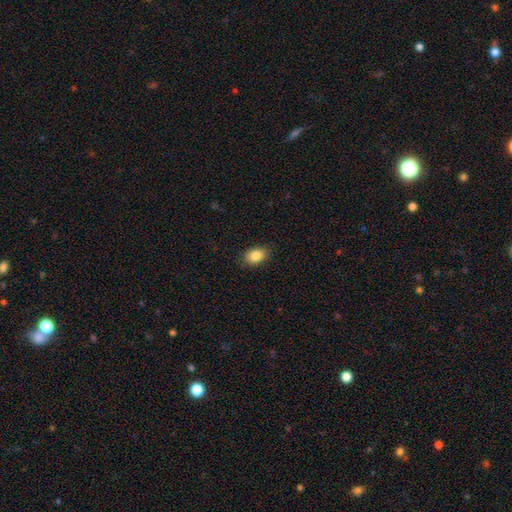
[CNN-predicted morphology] This is clearly a smooth galaxy (85%). How rounded: likely in between (78%). Merging: clearly none (88%).